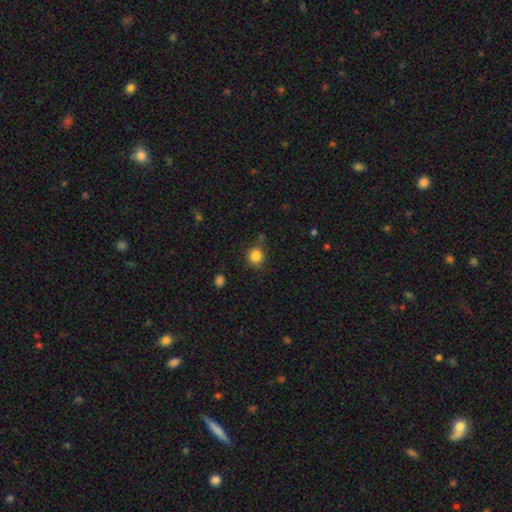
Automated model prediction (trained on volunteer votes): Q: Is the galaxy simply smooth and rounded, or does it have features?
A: smooth — 84%.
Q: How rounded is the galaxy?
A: round — 88%.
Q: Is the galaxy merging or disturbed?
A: none — 82%.